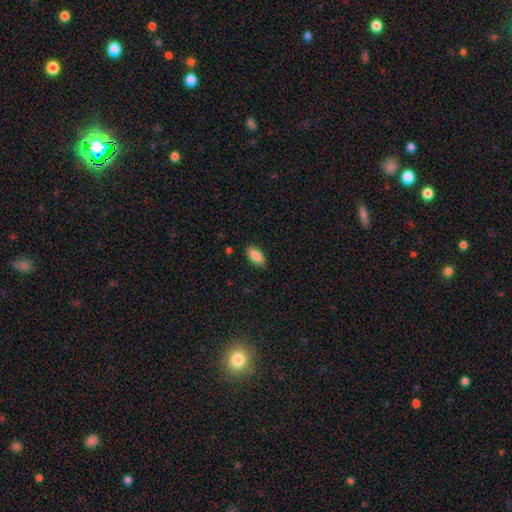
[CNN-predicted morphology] Smooth or featured? smooth (86%)
How rounded? in between (92%)
Merging? none (88%)